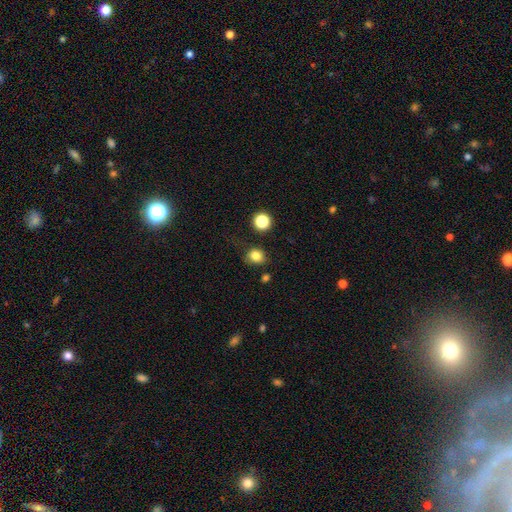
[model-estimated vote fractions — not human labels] smooth 82%, star or artifact 13%, featured or disk 6%. Down the decision tree: how rounded — round (65%); merging — none (74%).